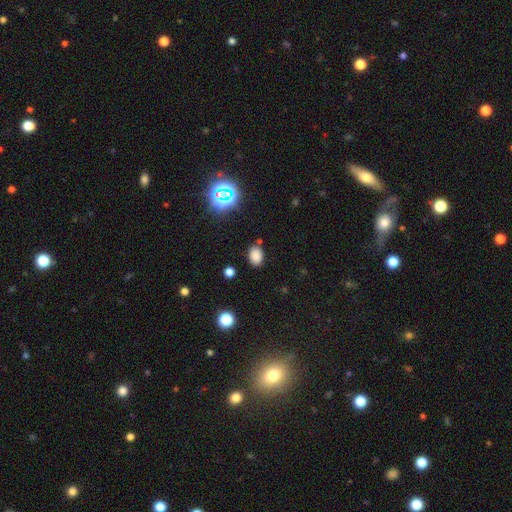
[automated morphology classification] smooth 79%, star or artifact 16%, featured or disk 5%. Down the decision tree: how rounded — in between (76%); merging — none (81%).